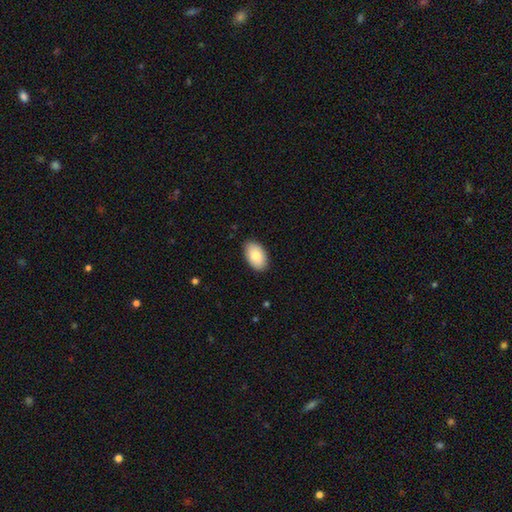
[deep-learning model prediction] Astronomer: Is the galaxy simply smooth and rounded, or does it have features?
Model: smooth — 81%.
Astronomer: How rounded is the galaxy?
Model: in between — 93%.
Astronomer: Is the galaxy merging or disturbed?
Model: none — 87%.